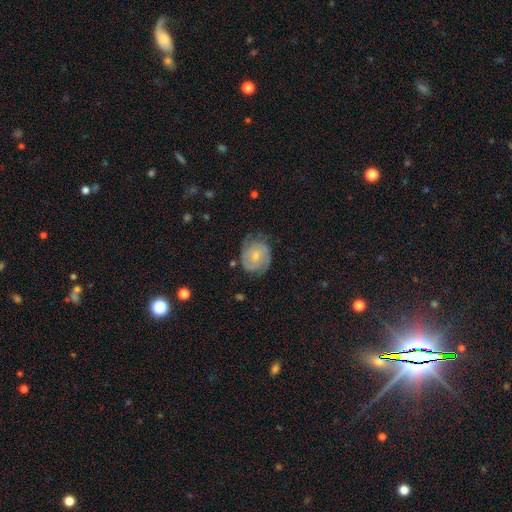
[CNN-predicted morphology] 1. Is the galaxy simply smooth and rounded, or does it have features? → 71% featured or disk, 22% smooth, 6% star or artifact.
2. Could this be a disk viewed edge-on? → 98% no, 2% yes.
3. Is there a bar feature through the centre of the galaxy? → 68% no, 28% weak, 4% strong.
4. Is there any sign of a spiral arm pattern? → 91% yes, 9% no.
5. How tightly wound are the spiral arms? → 61% tight, 30% medium, 9% loose.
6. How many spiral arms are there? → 53% 2, 26% can't tell, 11% 3, 4% 1, 3% 4, 3% more than 4.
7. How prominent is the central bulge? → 61% small, 33% moderate, 4% none, 2% large, 1% dominant.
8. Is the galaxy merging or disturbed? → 69% none, 22% minor disturbance, 8% major disturbance, 2% merger.